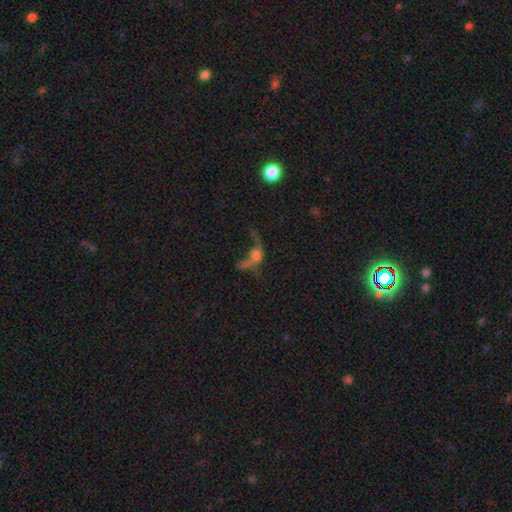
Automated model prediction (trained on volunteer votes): Smooth or featured? Predicted: featured or disk (p=0.41). Merging? Predicted: major disturbance (p=0.36).